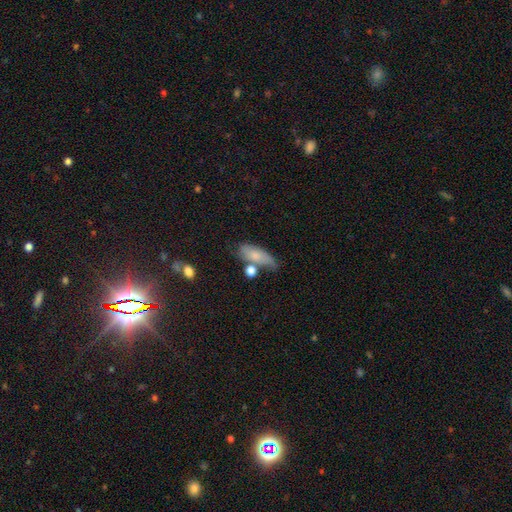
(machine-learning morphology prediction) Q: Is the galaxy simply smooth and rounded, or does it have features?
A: smooth — 72%.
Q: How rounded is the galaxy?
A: in between — 73%.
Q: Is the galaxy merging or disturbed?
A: none — 46%.